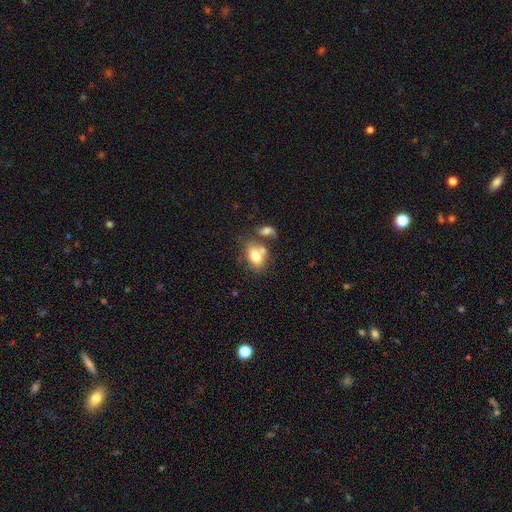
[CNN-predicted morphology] smooth-or-featured: smooth: 75% | featured or disk: 17% | star or artifact: 8%
  how-rounded: in between: 85% | round: 13% | cigar-shaped: 2%
  merging: none: 43% | merger: 36% | minor disturbance: 14% | major disturbance: 7%